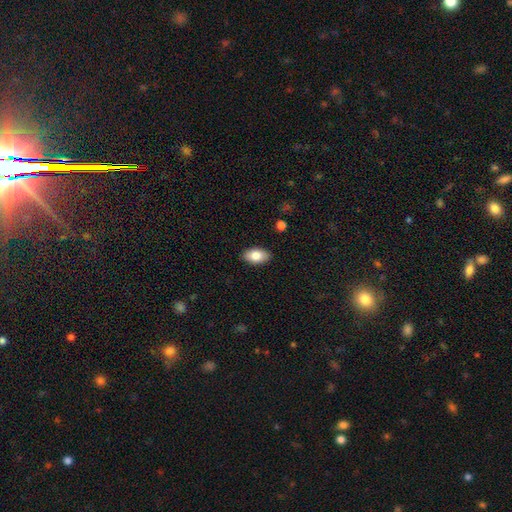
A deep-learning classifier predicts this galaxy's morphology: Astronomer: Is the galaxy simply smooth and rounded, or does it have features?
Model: smooth — 82%.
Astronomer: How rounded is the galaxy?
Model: in between — 94%.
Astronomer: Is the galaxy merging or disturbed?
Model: none — 88%.